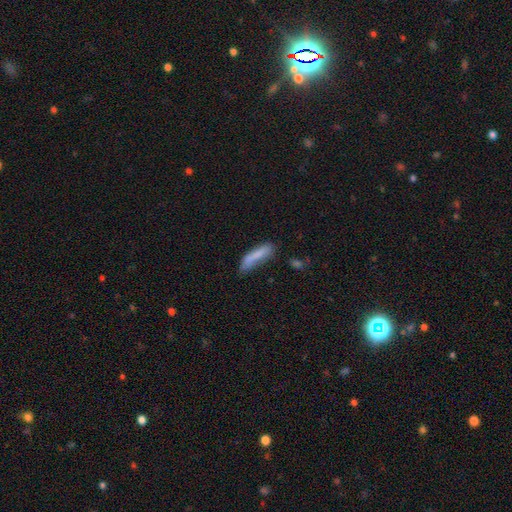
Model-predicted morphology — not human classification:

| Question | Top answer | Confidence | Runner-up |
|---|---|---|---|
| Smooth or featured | smooth | 77% | featured or disk (16%) |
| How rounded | cigar-shaped | 79% | in between (19%) |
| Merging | none | 52% | minor disturbance (27%) |